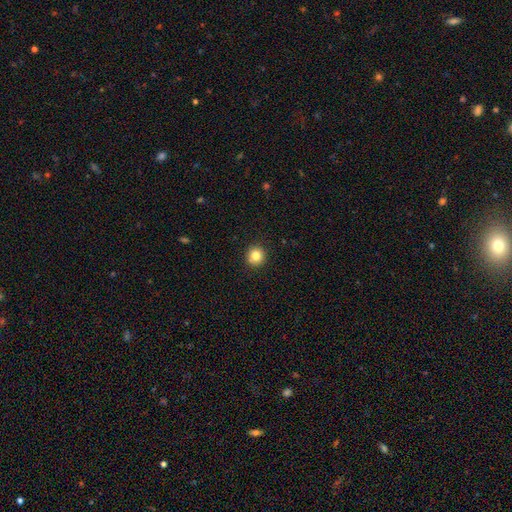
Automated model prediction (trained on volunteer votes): Smooth or featured: smooth — 84% (star or artifact — 10%)
How rounded: round — 93% (in between — 6%)
Merging: none — 92% (minor disturbance — 5%)